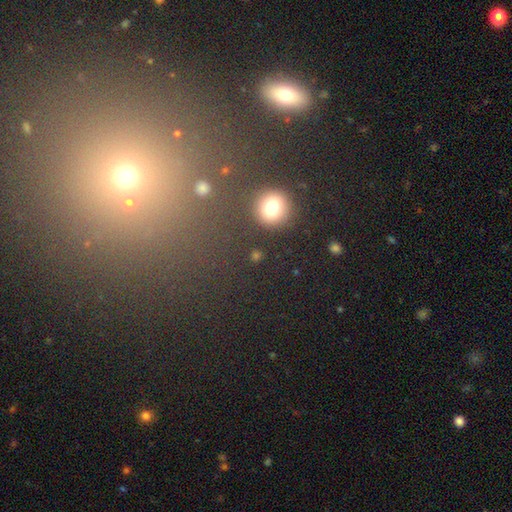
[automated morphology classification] This is possibly a smooth galaxy (59%). How rounded: clearly round (84%). Merging: clearly none (87%).